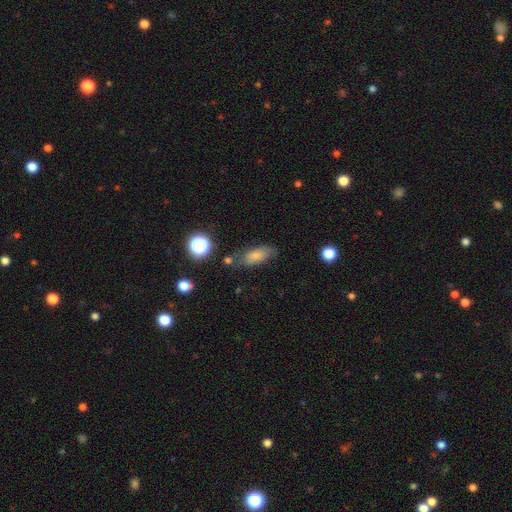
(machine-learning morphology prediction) This appears to be a smooth galaxy with no disk features (73%) that is in between round and cigar-shaped (79%). Merging: none (61%).